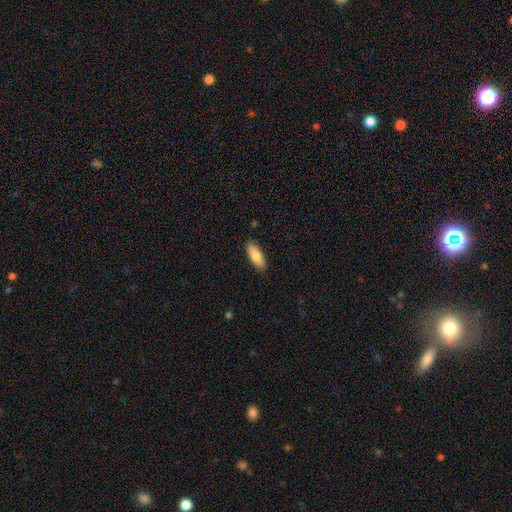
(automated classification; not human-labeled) Smooth or featured? Predicted: smooth (p=0.84). How rounded? Predicted: in between (p=0.68). Merging? Predicted: none (p=0.88).